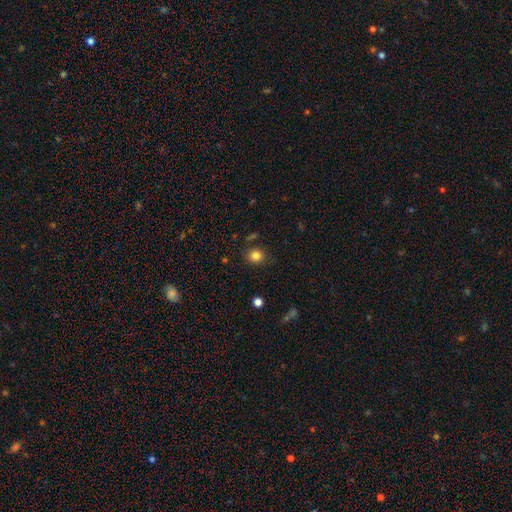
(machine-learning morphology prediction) type=smooth (83%); roundness=round (78%); merging=none (82%).